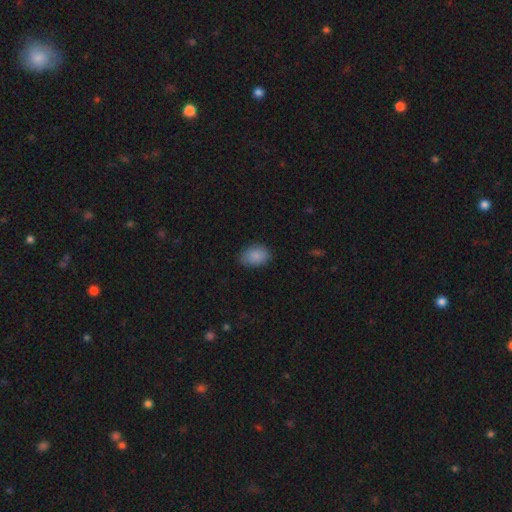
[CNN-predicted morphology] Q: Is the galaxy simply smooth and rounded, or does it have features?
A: smooth — 88%.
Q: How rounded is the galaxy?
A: in between — 83%.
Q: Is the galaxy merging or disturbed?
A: none — 81%.